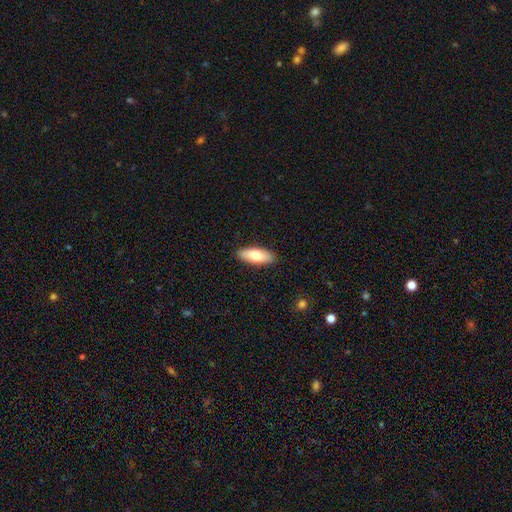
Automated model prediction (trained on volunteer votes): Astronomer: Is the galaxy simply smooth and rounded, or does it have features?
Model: smooth — 76%.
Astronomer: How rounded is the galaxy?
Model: in between — 72%.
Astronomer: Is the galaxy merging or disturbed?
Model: none — 89%.